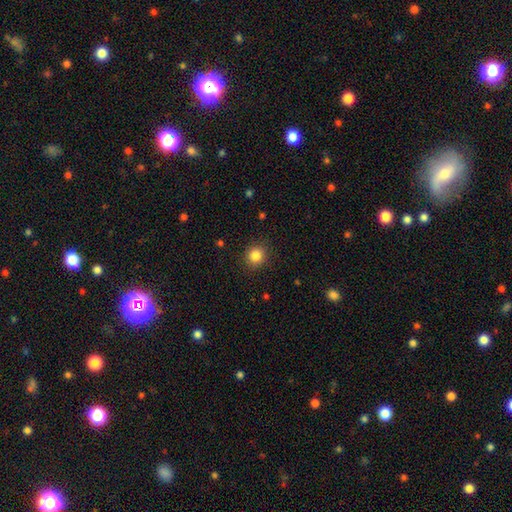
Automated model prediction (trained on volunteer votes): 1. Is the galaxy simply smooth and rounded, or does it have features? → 84% smooth, 11% star or artifact, 5% featured or disk.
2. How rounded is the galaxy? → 86% round, 13% in between, 1% cigar-shaped.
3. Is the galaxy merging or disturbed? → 90% none, 7% minor disturbance, 2% major disturbance, 1% merger.